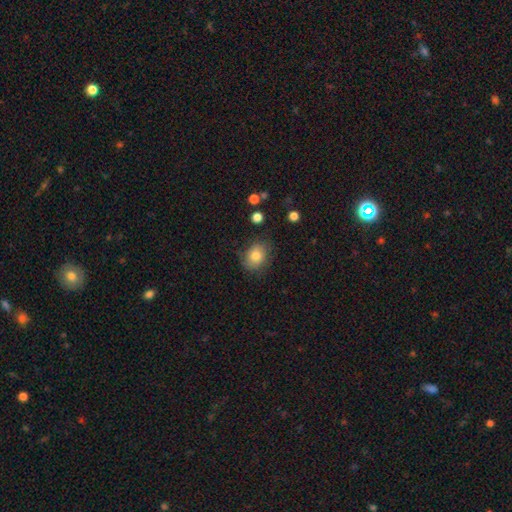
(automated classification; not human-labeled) smooth 80%, featured or disk 11%, star or artifact 9%. Down the decision tree: how rounded — in between (52%); merging — none (73%).